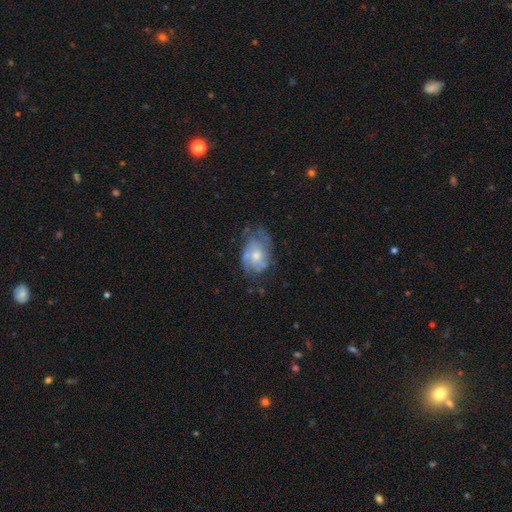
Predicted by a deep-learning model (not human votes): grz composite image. It shows a featured or disk galaxy (58%) with no bar (80%), spiral arms (60%) and a moderate central bulge (55%). Merging: none (47%).